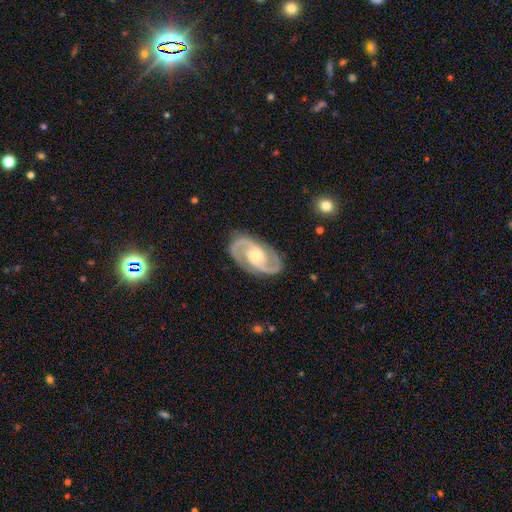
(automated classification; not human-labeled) smooth_or_featured: featured or disk (p=0.92) [alt: star or artifact p=0.04]
disk_edge_on: no (p=0.97) [alt: yes p=0.03]
bar: weak (p=0.48) [alt: no p=0.35]
has_spiral_arms: yes (p=0.98) [alt: no p=0.02]
spiral_winding: medium (p=0.59) [alt: tight p=0.29]
spiral_arm_count: 2 (p=0.94) [alt: can't tell p=0.02]
bulge_size: moderate (p=0.56) [alt: small p=0.34]
merging: none (p=0.86) [alt: minor disturbance p=0.10]